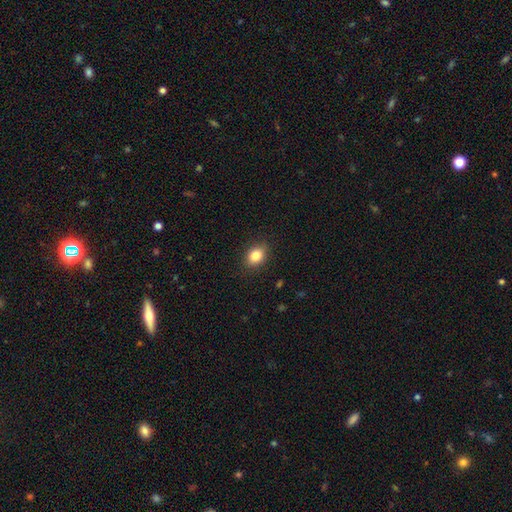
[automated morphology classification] The model was most divided on "how rounded": in between: 66%, round: 33%, cigar-shaped: 1%. More confident: merging — none (88%); smooth or featured — smooth (84%).